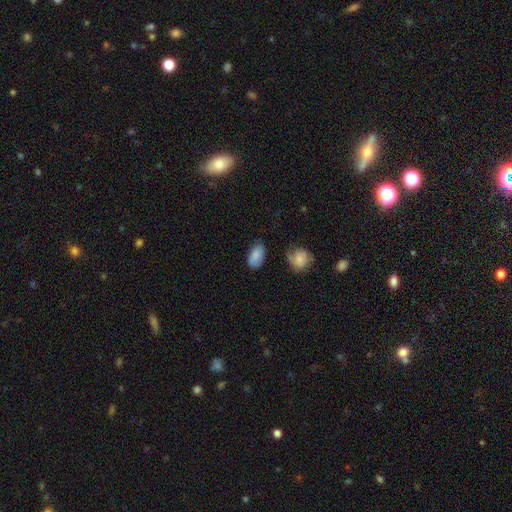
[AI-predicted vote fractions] smooth 83%, featured or disk 10%, star or artifact 8%. Down the decision tree: how rounded — in between (93%); merging — none (68%).